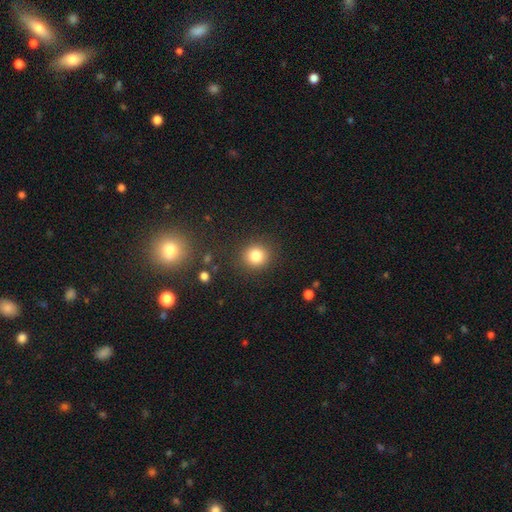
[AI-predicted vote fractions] Morphology: type=smooth (82%); roundness=round (88%); merging=none (88%).